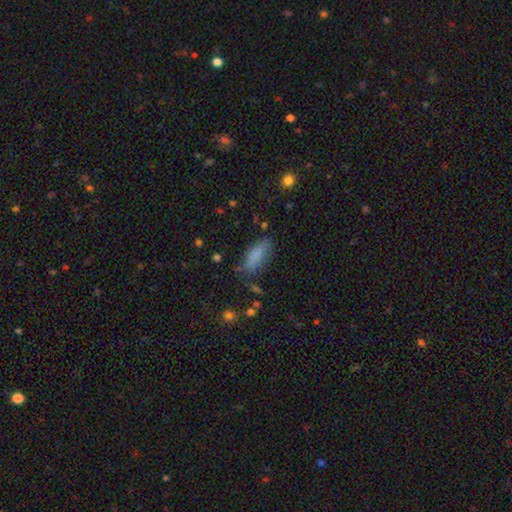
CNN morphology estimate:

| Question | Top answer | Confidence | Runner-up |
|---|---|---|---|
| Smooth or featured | smooth | 81% | featured or disk (9%) |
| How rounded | in between | 69% | cigar-shaped (29%) |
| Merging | none | 70% | minor disturbance (20%) |